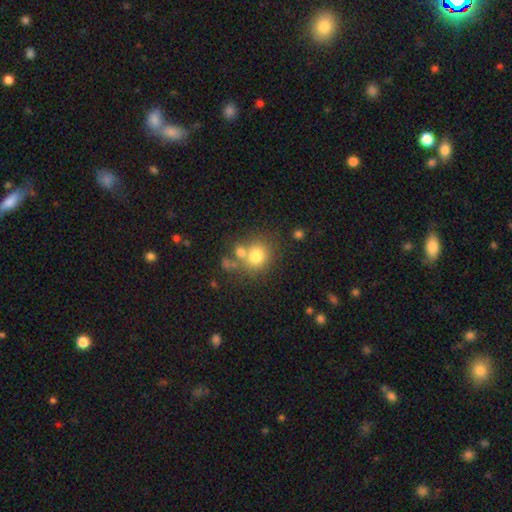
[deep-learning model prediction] smooth-or-featured: smooth: 74% | featured or disk: 14% | star or artifact: 12%
  how-rounded: round: 80% | in between: 19% | cigar-shaped: 1%
  merging: none: 57% | merger: 26% | minor disturbance: 11% | major disturbance: 6%